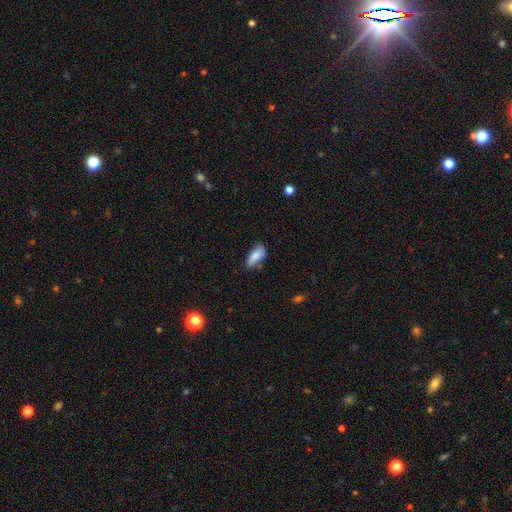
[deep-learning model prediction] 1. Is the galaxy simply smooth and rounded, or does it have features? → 81% smooth, 12% featured or disk, 7% star or artifact.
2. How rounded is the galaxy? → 79% in between, 18% cigar-shaped, 3% round.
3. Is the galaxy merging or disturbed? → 58% none, 31% minor disturbance, 7% major disturbance, 4% merger.